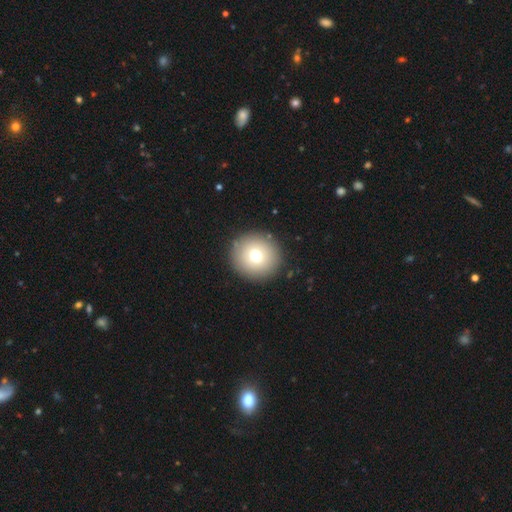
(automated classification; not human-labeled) Q: Smooth or featured?
A: smooth (72%); runner-up: featured or disk (16%)
Q: How rounded?
A: round (92%); runner-up: in between (7%)
Q: Merging?
A: none (90%); runner-up: minor disturbance (6%)